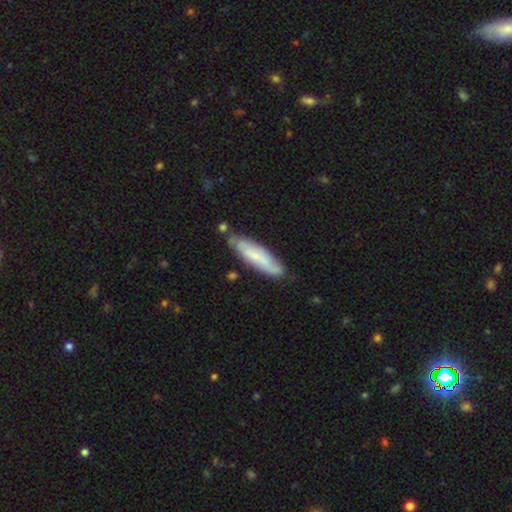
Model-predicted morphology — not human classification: smooth 56%, featured or disk 38%, star or artifact 6%. Down the decision tree: how rounded — cigar-shaped (69%); merging — none (72%).